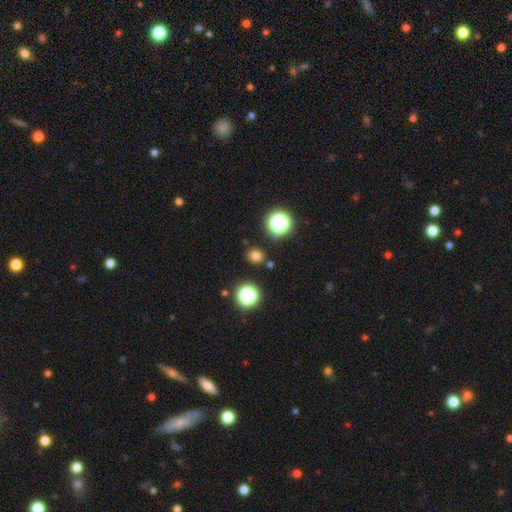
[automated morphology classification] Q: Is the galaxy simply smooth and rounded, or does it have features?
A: smooth — 74%.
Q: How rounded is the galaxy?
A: round — 73%.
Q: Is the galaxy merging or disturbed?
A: none — 86%.